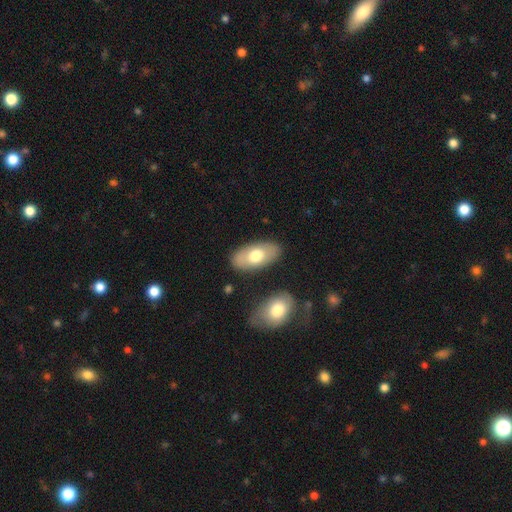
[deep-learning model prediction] A smooth galaxy with no disk features (65%) that is in between round and cigar-shaped (93%). Merging: none (83%).